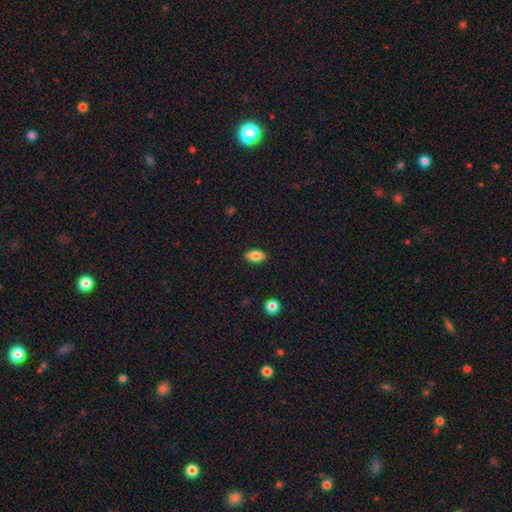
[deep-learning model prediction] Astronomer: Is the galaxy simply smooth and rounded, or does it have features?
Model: smooth — 83%.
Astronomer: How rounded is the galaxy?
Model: in between — 90%.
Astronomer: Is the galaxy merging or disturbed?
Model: none — 88%.